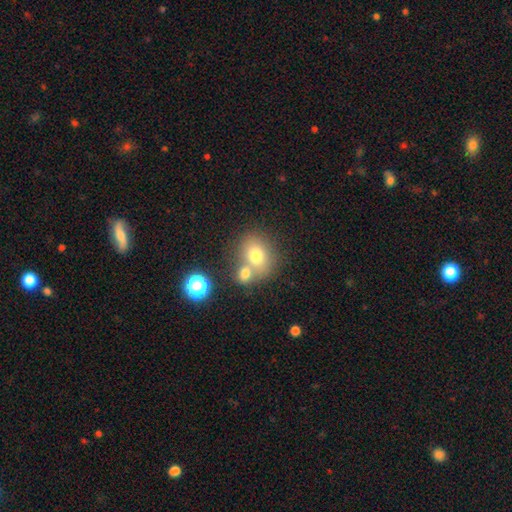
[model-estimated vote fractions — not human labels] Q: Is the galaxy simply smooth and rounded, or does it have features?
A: smooth — 74%.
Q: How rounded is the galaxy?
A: round — 62%.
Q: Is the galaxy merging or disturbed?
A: none — 47%.